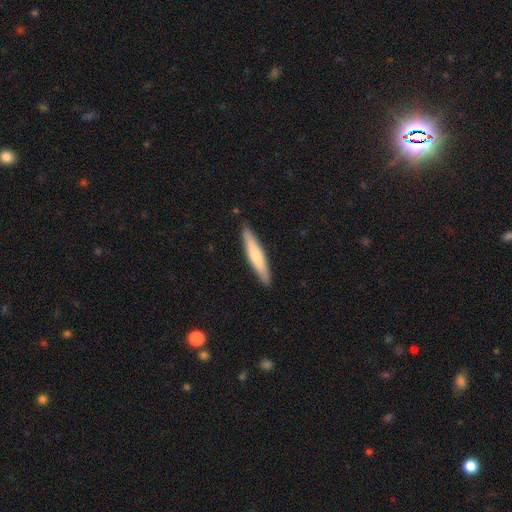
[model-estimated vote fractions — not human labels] Overall: smooth (66%; featured or disk 29%). How rounded: cigar-shaped (90%). Merging: none (90%).